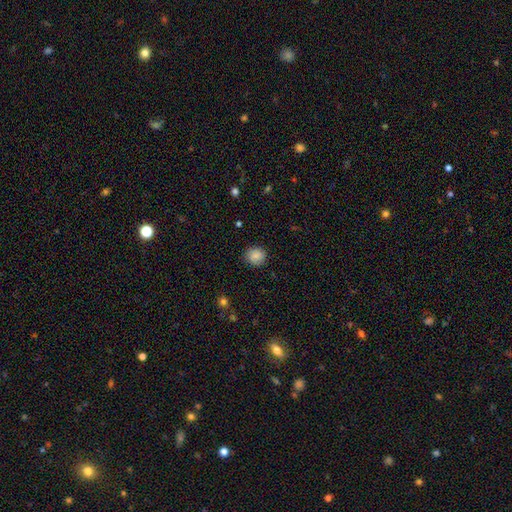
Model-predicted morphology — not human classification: This appears to be a smooth galaxy with no disk features (86%) that is round (85%). Merging: none (87%).